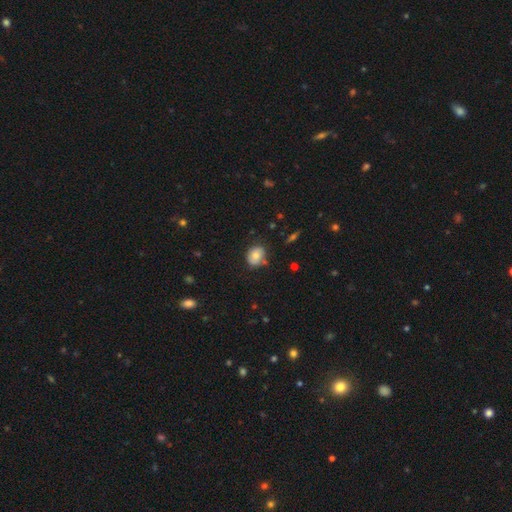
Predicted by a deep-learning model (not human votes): The model was most divided on "how rounded": in between: 51%, round: 48%, cigar-shaped: 1%. More confident: smooth or featured — smooth (74%); merging — none (68%).